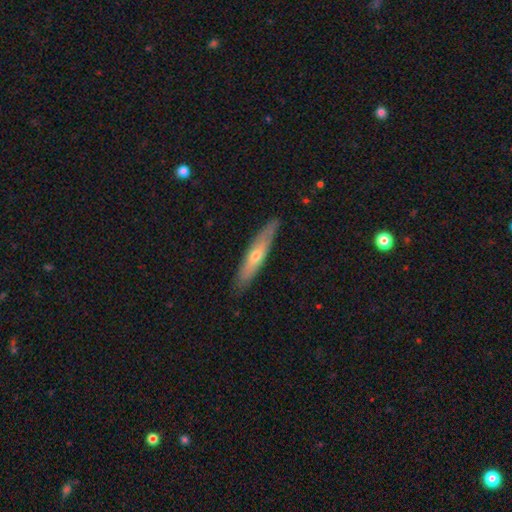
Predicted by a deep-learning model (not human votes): The model was most divided on "smooth or featured": featured or disk: 54%, smooth: 39%, star or artifact: 6%. More confident: merging — none (86%); edge-on disk — yes (80%).